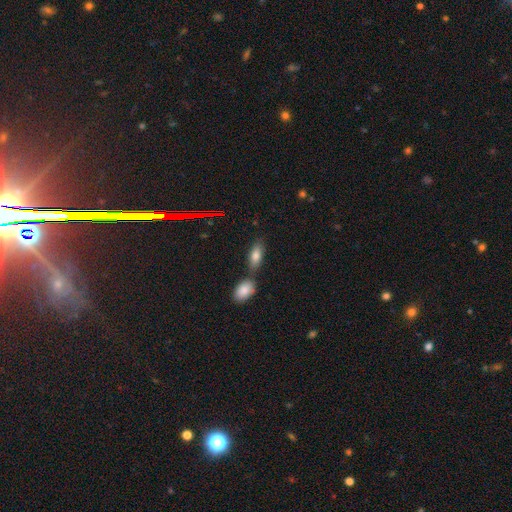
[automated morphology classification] smooth 78%, featured or disk 13%, star or artifact 9%. Down the decision tree: how rounded — in between (81%); merging — none (60%).